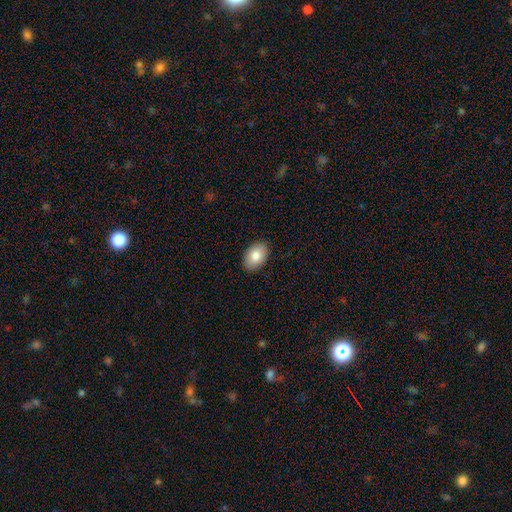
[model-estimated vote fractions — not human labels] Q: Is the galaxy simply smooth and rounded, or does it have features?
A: smooth — 84%.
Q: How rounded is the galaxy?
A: in between — 90%.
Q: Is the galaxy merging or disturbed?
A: none — 89%.